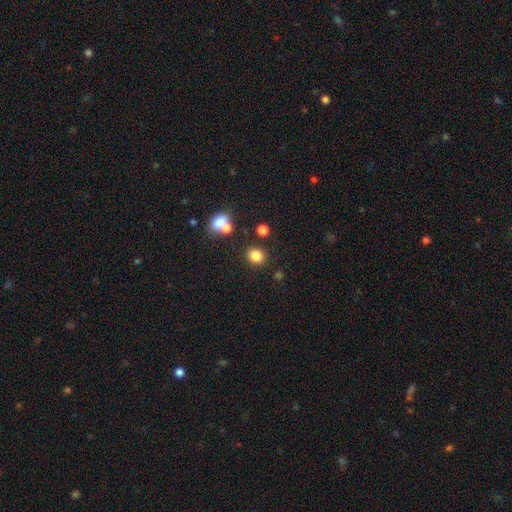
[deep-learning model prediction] Q: Smooth or featured?
A: smooth (83%); runner-up: star or artifact (12%)
Q: How rounded?
A: round (76%); runner-up: in between (23%)
Q: Merging?
A: none (80%); runner-up: minor disturbance (8%)